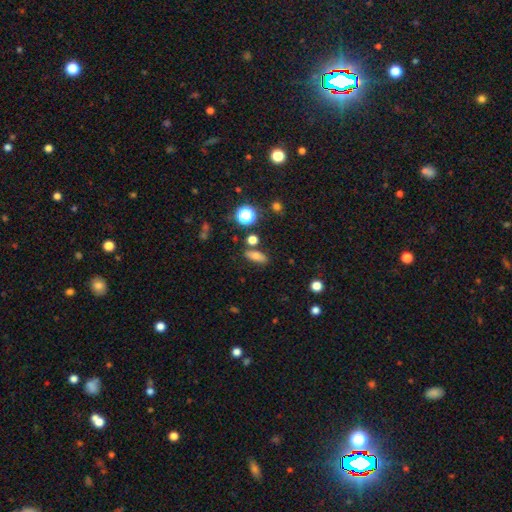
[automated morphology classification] smooth-or-featured: smooth: 70% | star or artifact: 15% | featured or disk: 14%
  how-rounded: in between: 70% | cigar-shaped: 18% | round: 12%
  merging: none: 77% | minor disturbance: 12% | merger: 7% | major disturbance: 4%